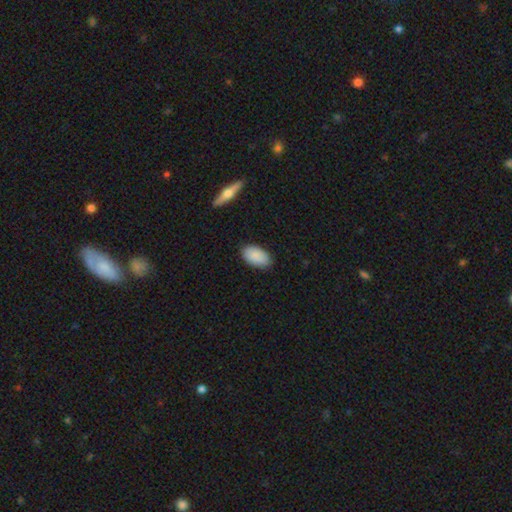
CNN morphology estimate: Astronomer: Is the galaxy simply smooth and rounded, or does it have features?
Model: smooth — 88%.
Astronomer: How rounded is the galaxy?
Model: in between — 94%.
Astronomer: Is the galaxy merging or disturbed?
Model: none — 85%.